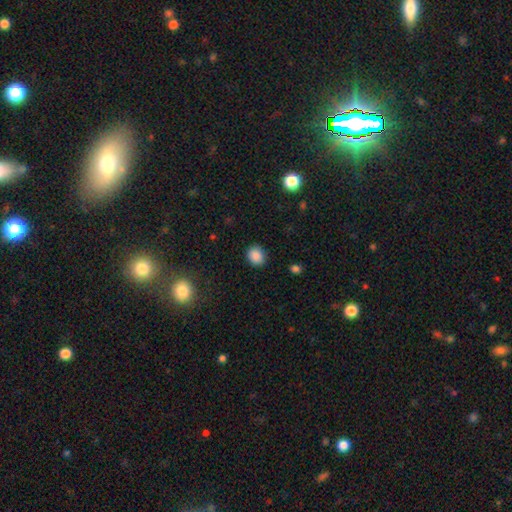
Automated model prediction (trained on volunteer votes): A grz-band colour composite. It shows a smooth galaxy with no disk features (86%) that is round (65%). Merging: none (87%).